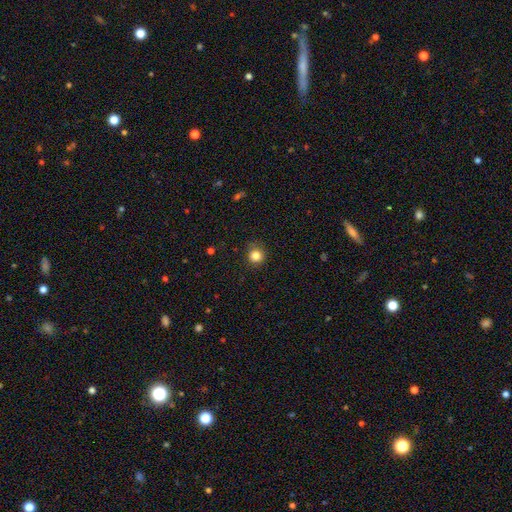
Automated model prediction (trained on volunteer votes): smooth_or_featured: smooth (p=0.83) [alt: star or artifact p=0.12]
how_rounded: round (p=0.90) [alt: in between p=0.09]
merging: none (p=0.83) [alt: minor disturbance p=0.13]